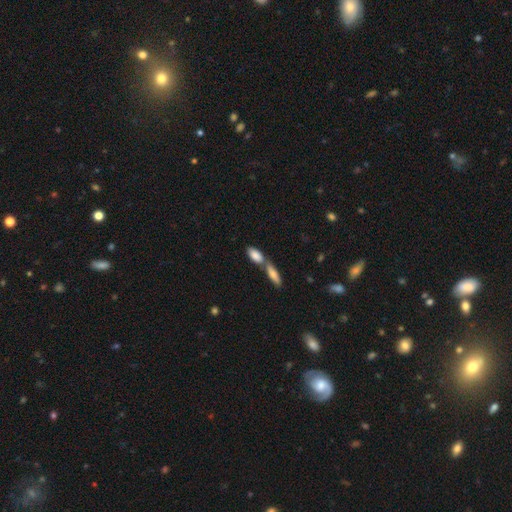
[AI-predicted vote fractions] This appears to be a smooth galaxy with no disk features (82%) that is in between round and cigar-shaped (81%). Merging: merger (54%).